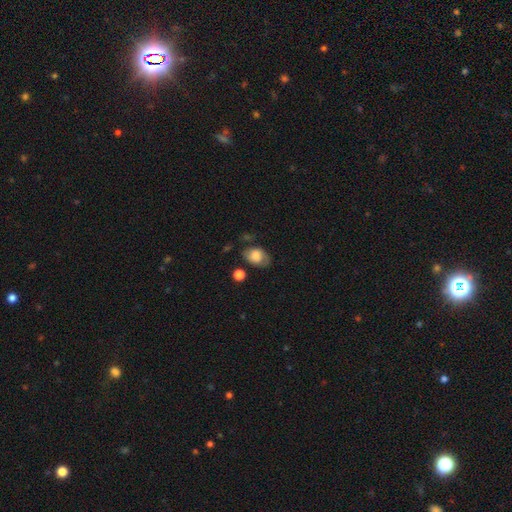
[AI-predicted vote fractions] The model was most divided on "merging": none: 59%, minor disturbance: 26%, major disturbance: 11%, merger: 4%. More confident: how rounded — in between (76%); smooth or featured — smooth (70%).